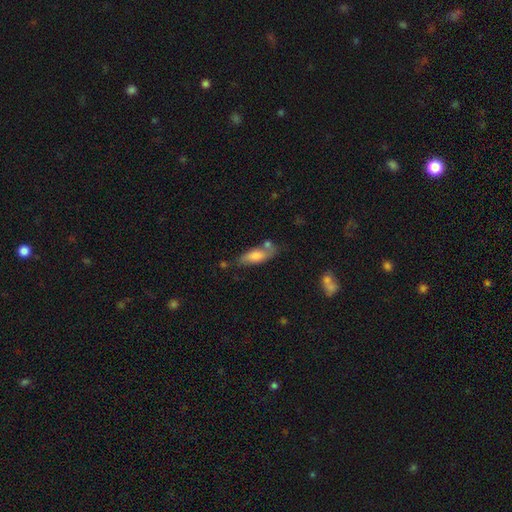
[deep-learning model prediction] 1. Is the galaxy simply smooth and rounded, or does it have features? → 73% smooth, 20% featured or disk, 7% star or artifact.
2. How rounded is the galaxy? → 74% in between, 24% cigar-shaped, 3% round.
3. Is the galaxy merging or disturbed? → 51% none, 25% minor disturbance, 15% merger, 8% major disturbance.